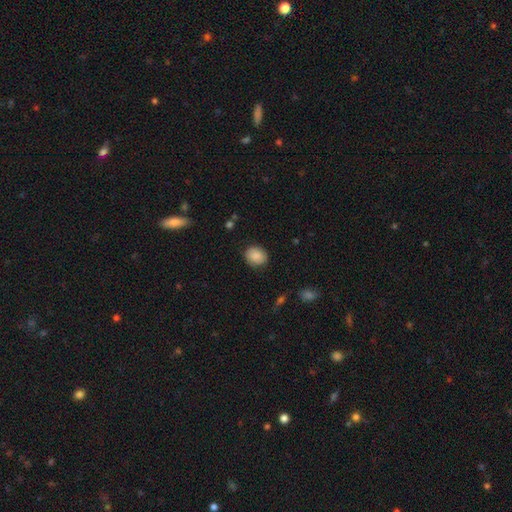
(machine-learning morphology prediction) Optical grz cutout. It shows a smooth galaxy with no disk features (87%) that is round (59%). Merging: none (85%).